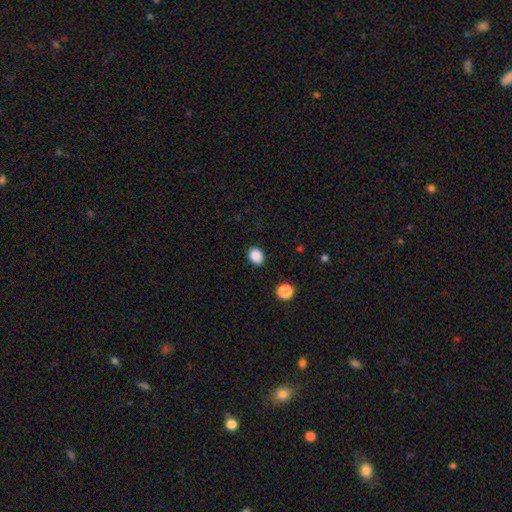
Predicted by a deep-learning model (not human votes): smooth 87%, star or artifact 10%, featured or disk 3%. Down the decision tree: how rounded — in between (50%); merging — none (86%).